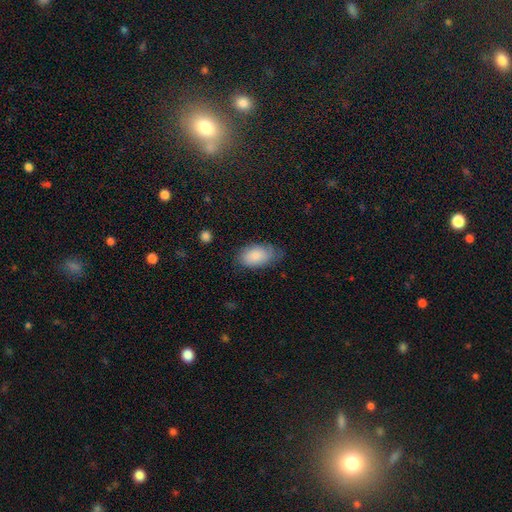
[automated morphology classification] Smooth or featured: smooth — 85% (featured or disk — 9%)
How rounded: in between — 94% (round — 4%)
Merging: none — 63% (minor disturbance — 28%)